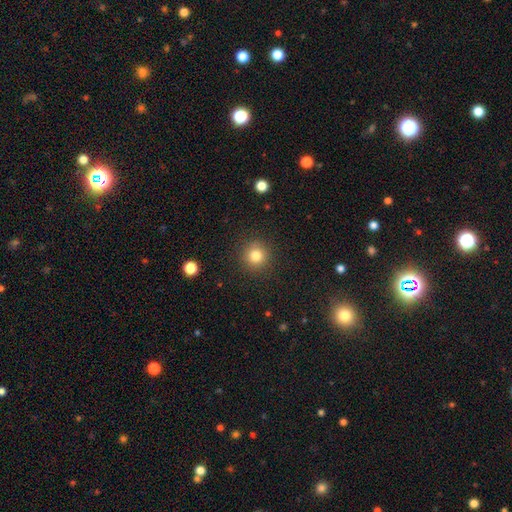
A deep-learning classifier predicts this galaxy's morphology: Smooth or featured? smooth (81%)
How rounded? round (93%)
Merging? none (90%)